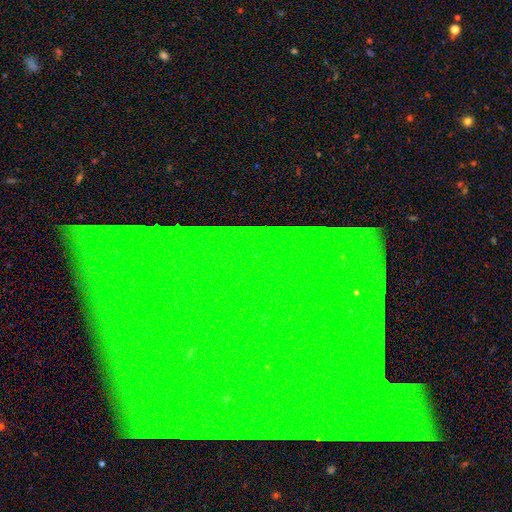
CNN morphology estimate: Smooth or featured?
  - star or artifact: 86% *
  - featured or disk: 7%
  - smooth: 6%